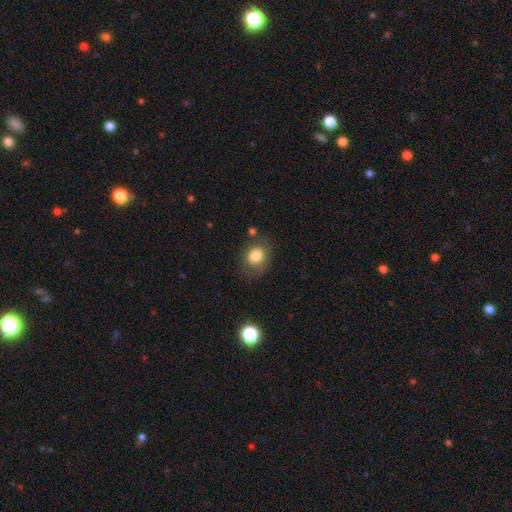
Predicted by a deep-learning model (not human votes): The model was most divided on "how rounded": round: 57%, in between: 43%, cigar-shaped: 1%. More confident: smooth or featured — smooth (79%); merging — none (69%).